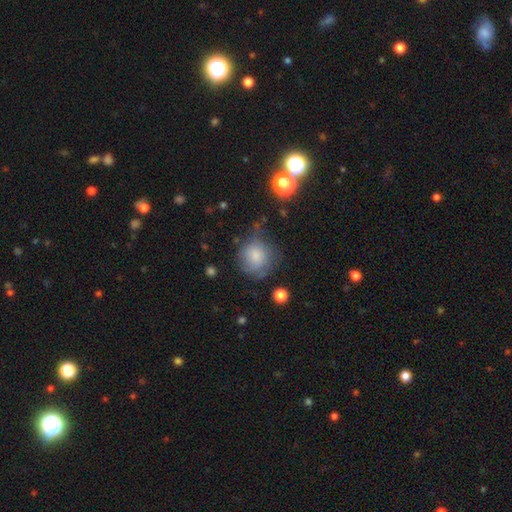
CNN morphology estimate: Smooth or featured? Predicted: smooth (p=0.72). How rounded? Predicted: round (p=0.84). Merging? Predicted: none (p=0.51).